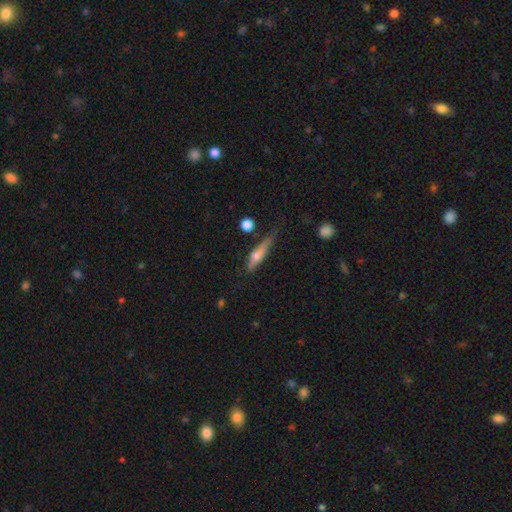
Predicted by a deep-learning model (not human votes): This is possibly a smooth galaxy (51%). How rounded: likely cigar-shaped (76%). Merging: possibly none (59%).